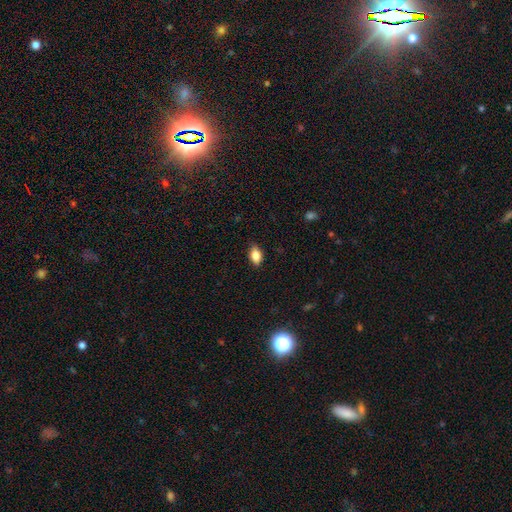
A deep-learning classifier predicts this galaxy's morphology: A smooth galaxy with no disk features (84%) that is in between round and cigar-shaped (88%). Merging: none (85%).